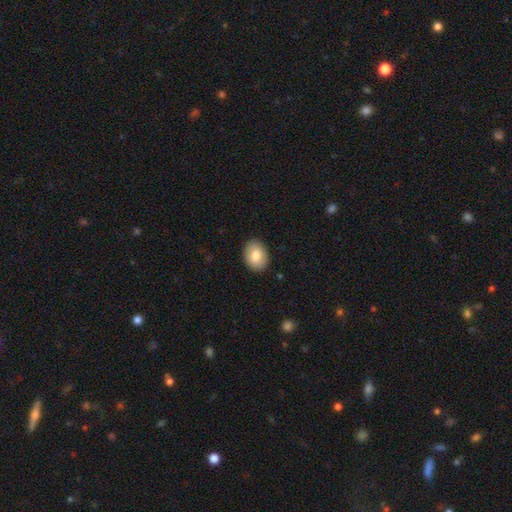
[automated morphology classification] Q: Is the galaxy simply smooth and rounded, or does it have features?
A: smooth — 81%.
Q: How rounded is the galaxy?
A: in between — 70%.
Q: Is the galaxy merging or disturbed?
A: none — 89%.